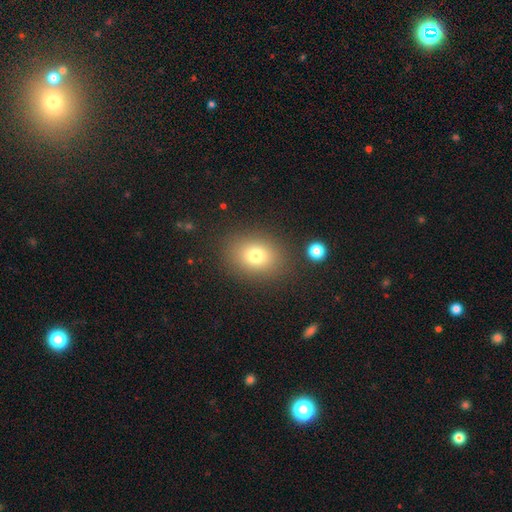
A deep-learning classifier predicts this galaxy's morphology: A smooth galaxy with no disk features (77%) that is in between round and cigar-shaped (52%). Merging: none (85%).